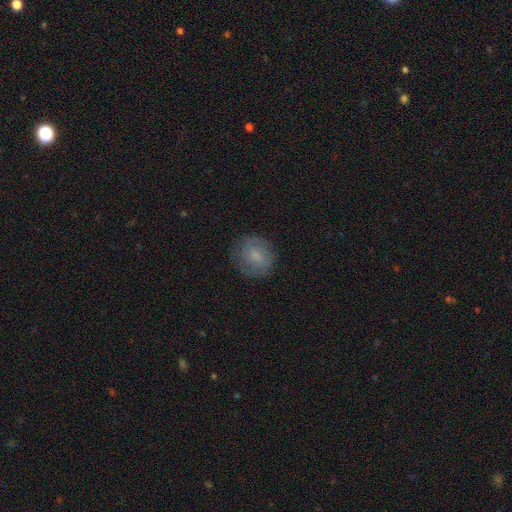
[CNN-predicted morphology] The model was most divided on "smooth or featured": smooth: 64%, featured or disk: 27%, star or artifact: 9%. More confident: merging — none (79%); how rounded — round (77%).